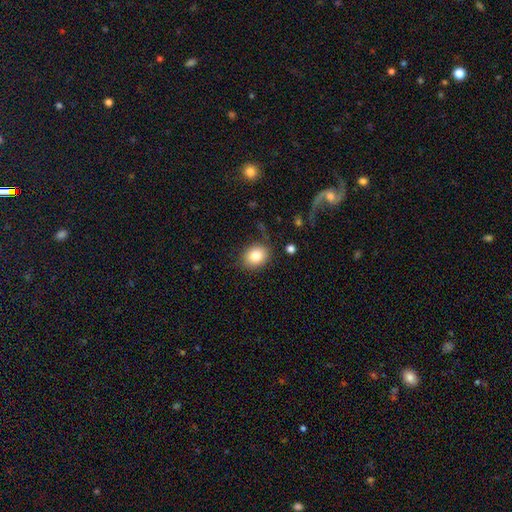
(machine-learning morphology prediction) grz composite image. It shows a smooth galaxy with no disk features (82%) that is round (58%). Merging: none (82%).